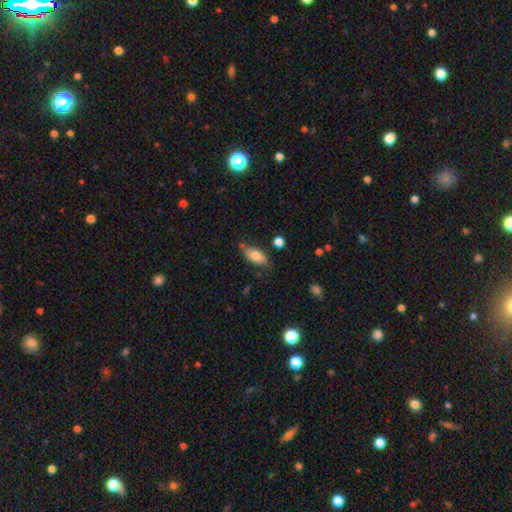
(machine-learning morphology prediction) This is likely a smooth galaxy (77%). How rounded: clearly in between (91%). Merging: likely none (72%).